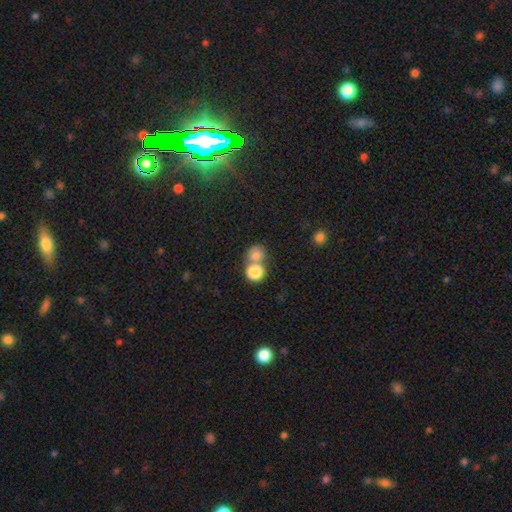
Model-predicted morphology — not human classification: smooth-or-featured: smooth: 77% | star or artifact: 14% | featured or disk: 9%
  how-rounded: round: 80% | in between: 19% | cigar-shaped: 1%
  merging: merger: 45% | none: 43% | minor disturbance: 8% | major disturbance: 4%